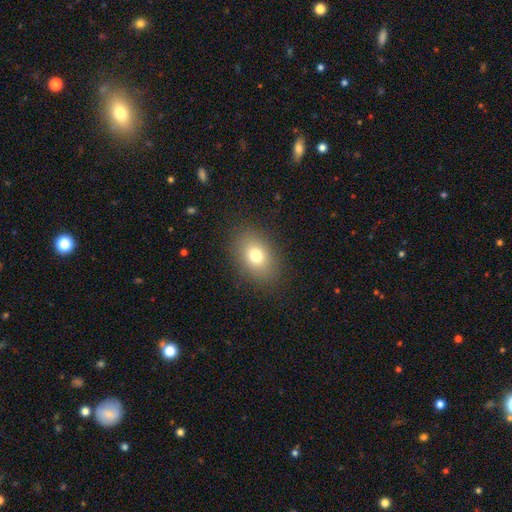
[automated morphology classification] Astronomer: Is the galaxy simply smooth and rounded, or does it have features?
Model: smooth — 76%.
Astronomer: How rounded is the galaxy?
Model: in between — 76%.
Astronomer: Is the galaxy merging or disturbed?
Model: none — 86%.